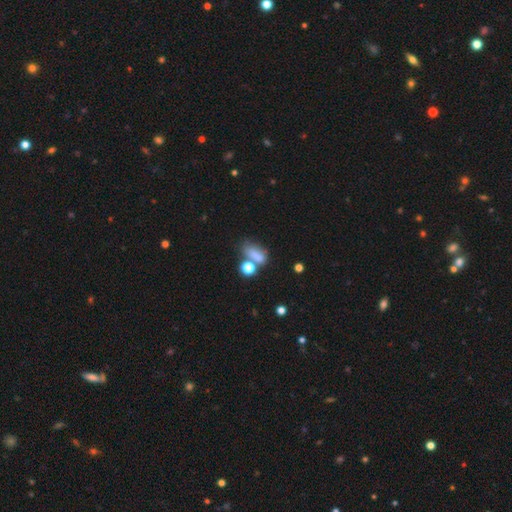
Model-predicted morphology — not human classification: Smooth or featured: smooth — 73% (star or artifact — 15%)
How rounded: in between — 71% (round — 20%)
Merging: none — 39% (merger — 29%)